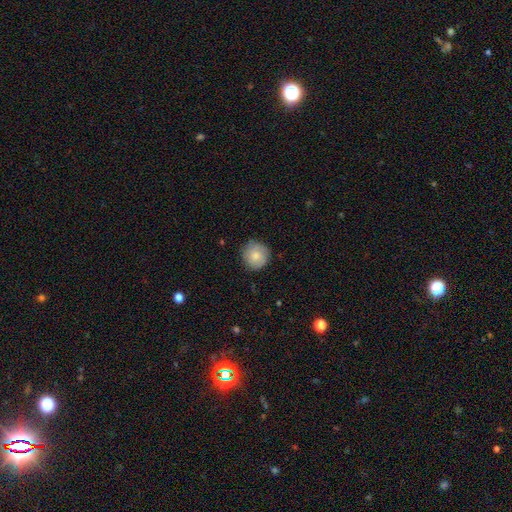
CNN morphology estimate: The model was most divided on "merging": none: 80%, minor disturbance: 16%, major disturbance: 3%, merger: 1%. More confident: how rounded — round (92%); smooth or featured — smooth (79%).